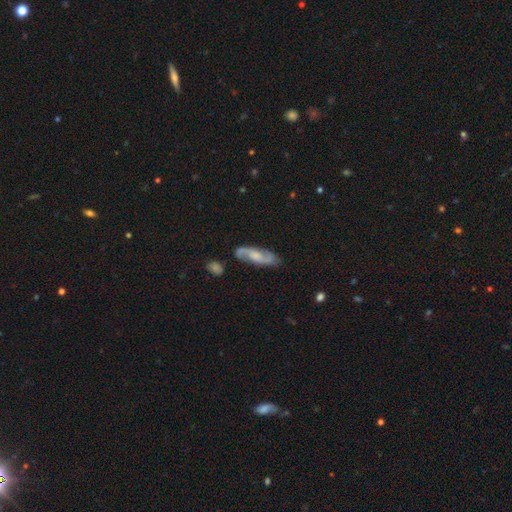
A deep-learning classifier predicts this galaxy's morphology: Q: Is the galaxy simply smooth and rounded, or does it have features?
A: featured or disk — 74%.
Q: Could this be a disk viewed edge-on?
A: no — 87%.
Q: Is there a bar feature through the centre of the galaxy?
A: no — 51%.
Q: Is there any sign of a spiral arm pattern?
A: yes — 94%.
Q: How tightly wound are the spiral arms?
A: medium — 49%.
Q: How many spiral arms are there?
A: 2 — 89%.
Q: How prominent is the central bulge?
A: moderate — 42%.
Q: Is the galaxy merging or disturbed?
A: none — 78%.